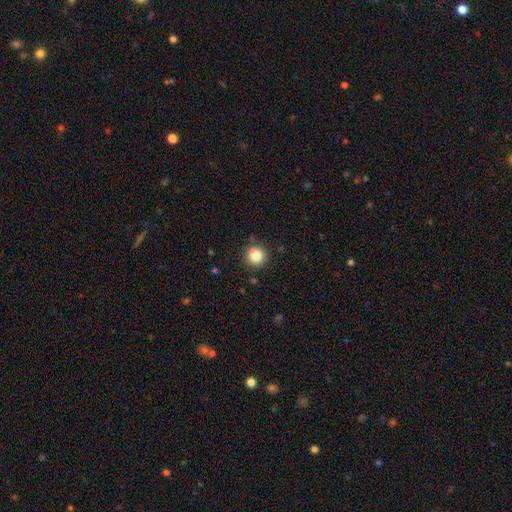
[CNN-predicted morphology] This is clearly a smooth galaxy (84%). How rounded: clearly round (92%). Merging: clearly none (87%).